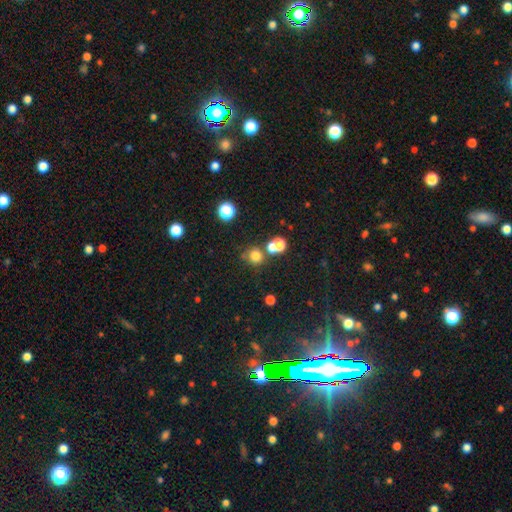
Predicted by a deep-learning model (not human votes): smooth 73%, star or artifact 19%, featured or disk 8%. Down the decision tree: how rounded — round (88%); merging — none (62%).